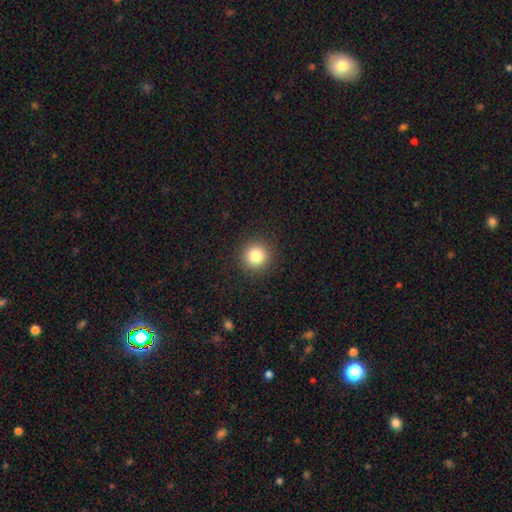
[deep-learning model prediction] smooth_or_featured: smooth (p=0.83) [alt: star or artifact p=0.11]
how_rounded: round (p=0.95) [alt: in between p=0.05]
merging: none (p=0.92) [alt: minor disturbance p=0.05]